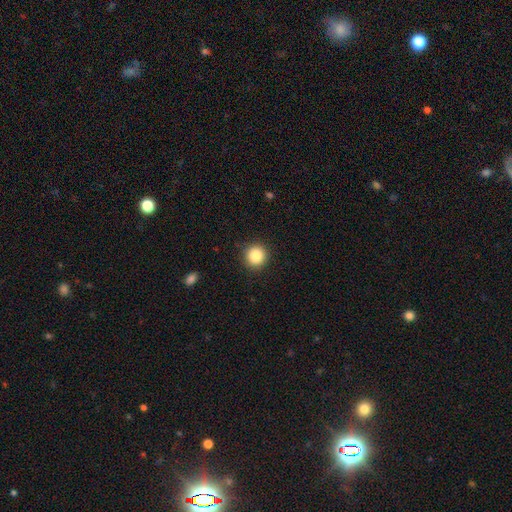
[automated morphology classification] This is clearly a smooth galaxy (86%). How rounded: clearly round (94%). Merging: clearly none (91%).